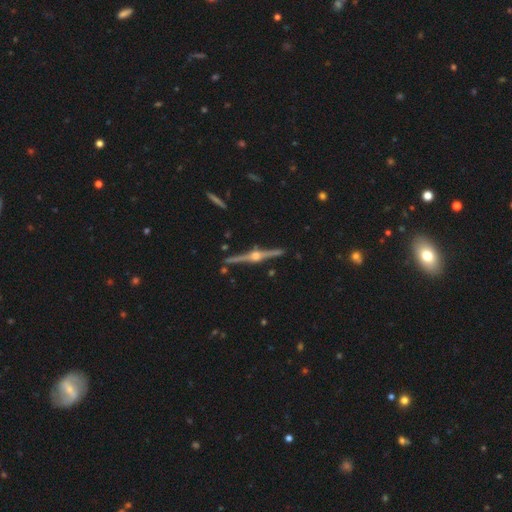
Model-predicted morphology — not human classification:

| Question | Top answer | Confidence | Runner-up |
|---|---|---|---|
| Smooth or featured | featured or disk | 89% | star or artifact (5%) |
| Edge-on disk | yes | 98% | no (2%) |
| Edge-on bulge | rounded | 95% | boxy (3%) |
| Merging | none | 87% | minor disturbance (8%) |